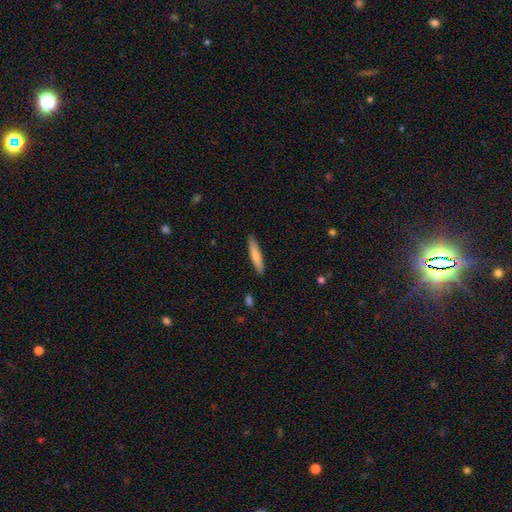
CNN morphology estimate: smooth 73%, featured or disk 21%, star or artifact 5%. Down the decision tree: how rounded — cigar-shaped (90%); merging — none (89%).